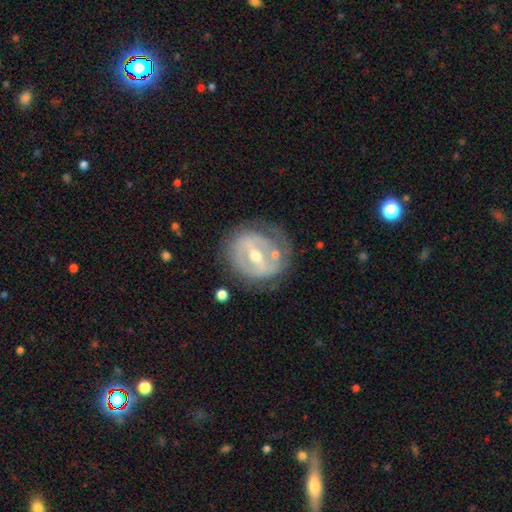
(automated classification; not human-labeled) Smooth or featured? Predicted: featured or disk (p=0.76). Edge-on disk? Predicted: no (p=0.94). Bar? Predicted: strong (p=0.55). Spiral arms? Predicted: no (p=0.52). Bulge size? Predicted: moderate (p=0.62). Merging? Predicted: none (p=0.65).